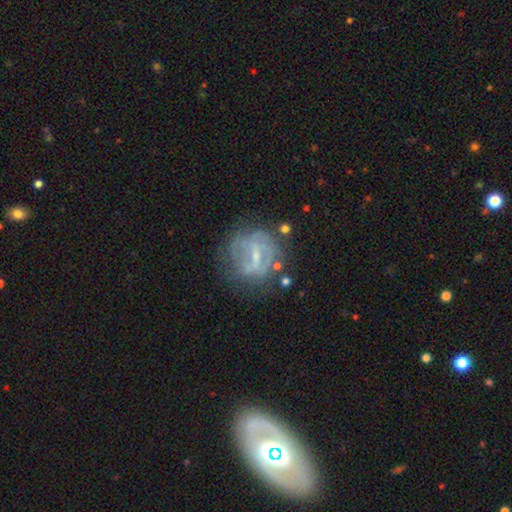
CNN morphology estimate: A featured or disk galaxy (69%) with a weak bar (47%), spiral arms (58%) and a small central bulge (60%). Merging: none (61%).